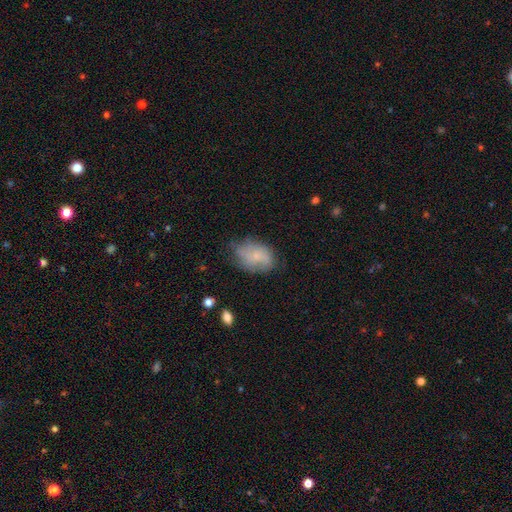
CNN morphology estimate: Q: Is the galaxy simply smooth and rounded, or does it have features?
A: smooth — 58%.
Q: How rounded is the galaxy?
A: in between — 84%.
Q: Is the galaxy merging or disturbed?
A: none — 56%.